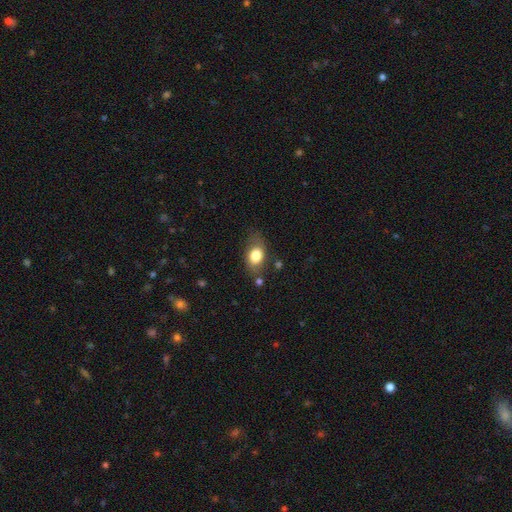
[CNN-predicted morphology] A smooth galaxy with no disk features (79%) that is in between round and cigar-shaped (80%). Merging: none (67%).